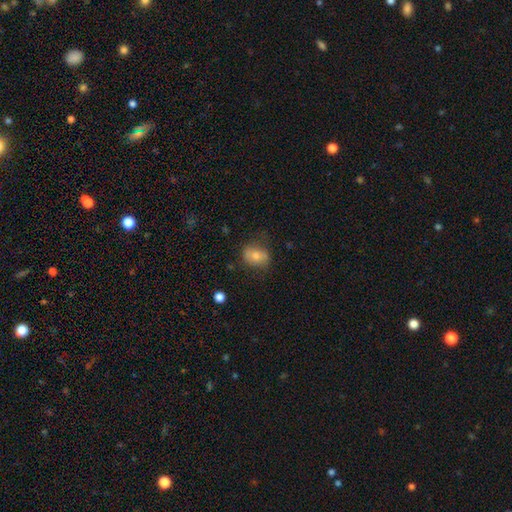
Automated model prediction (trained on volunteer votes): Q: Smooth or featured?
A: smooth (70%); runner-up: featured or disk (22%)
Q: How rounded?
A: in between (64%); runner-up: round (35%)
Q: Merging?
A: none (66%); runner-up: minor disturbance (23%)